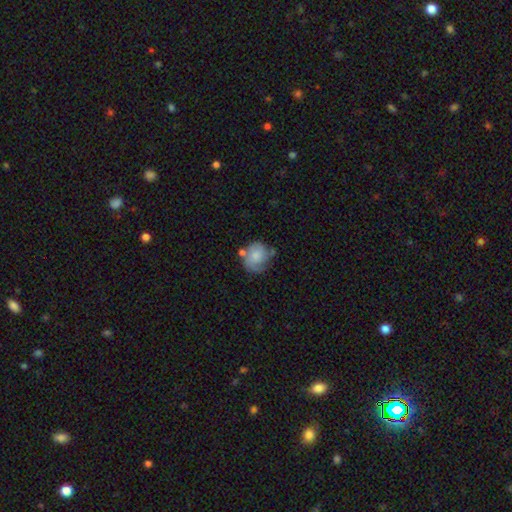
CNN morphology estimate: A smooth galaxy with no disk features (66%) that is round (73%). Merging: none (48%).